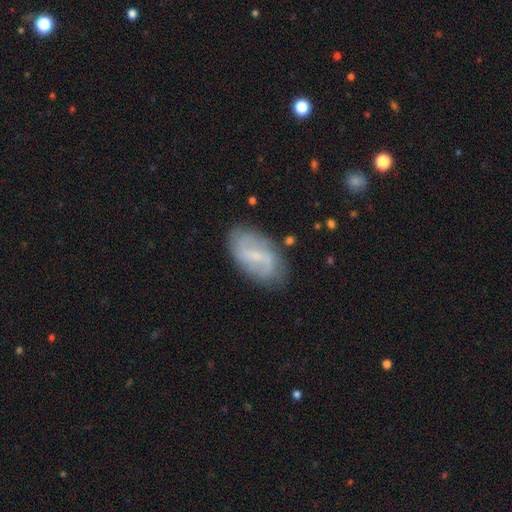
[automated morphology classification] Overall: featured or disk (71%). Edge-on disk: no (96%). Bar: weak (57%; no 24%). Spiral arms: yes (87%). Spiral arm count: 2 (78%). Spiral winding: loose (45%; medium 37%). Bulge size: small (70%). Merging: none (78%).